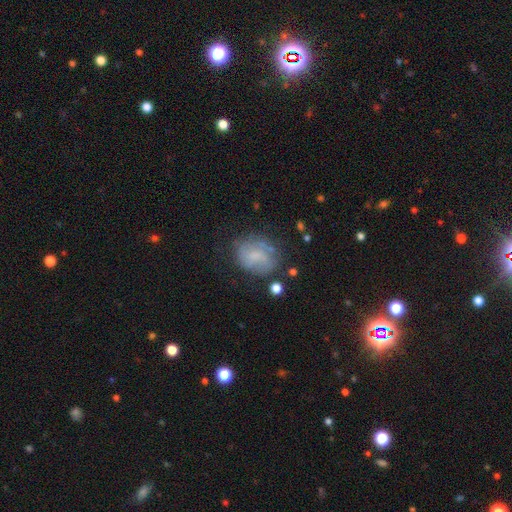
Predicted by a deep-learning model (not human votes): This is marginally a featured or disk galaxy (45%, tied with smooth). Merging: possibly none (56%).